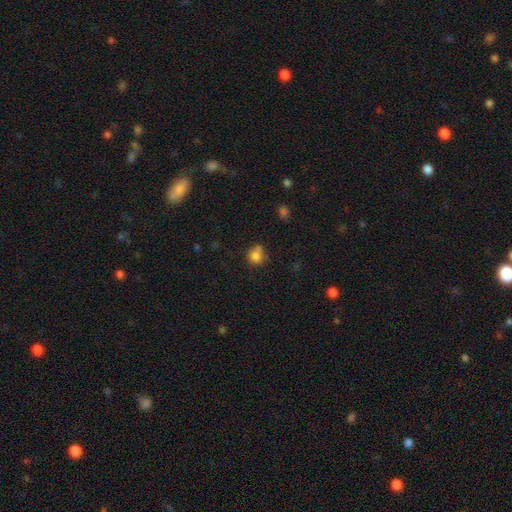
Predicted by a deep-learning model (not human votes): Smooth or featured? Predicted: smooth (p=0.80). How rounded? Predicted: round (p=0.78). Merging? Predicted: none (p=0.52).